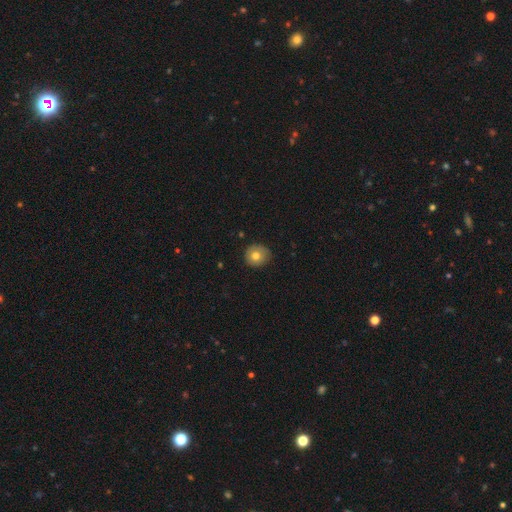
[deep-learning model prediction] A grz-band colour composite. It shows a smooth galaxy with no disk features (76%) that is round (90%). Merging: none (86%).